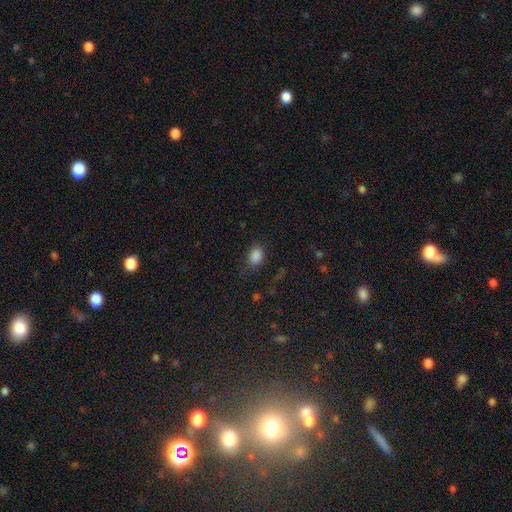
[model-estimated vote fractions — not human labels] smooth-or-featured: smooth: 84% | star or artifact: 12% | featured or disk: 4%
  how-rounded: in between: 66% | round: 33% | cigar-shaped: 1%
  merging: none: 76% | minor disturbance: 17% | major disturbance: 6% | merger: 2%